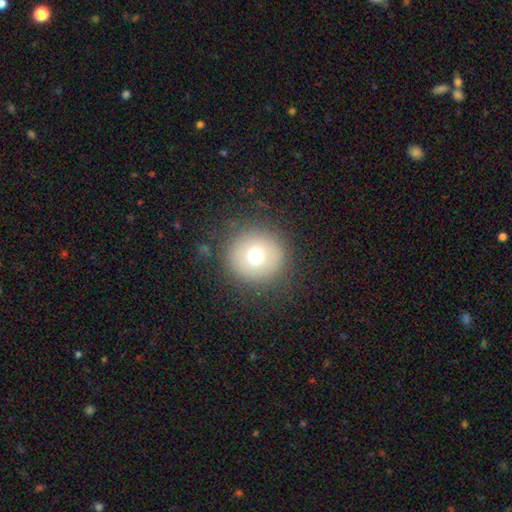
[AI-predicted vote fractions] Overall: smooth (69%). How rounded: round (96%). Merging: none (87%).